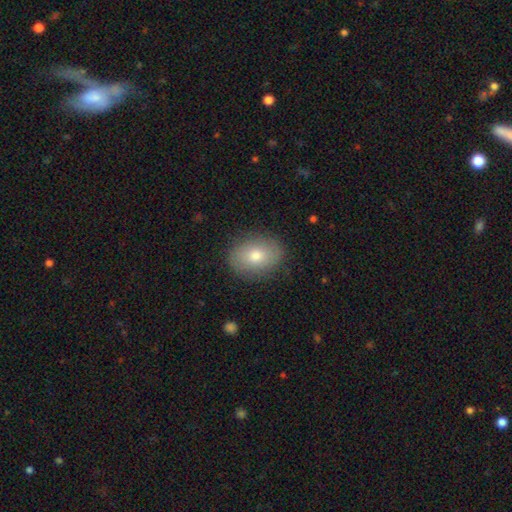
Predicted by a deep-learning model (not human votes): Q: Smooth or featured?
A: smooth (74%); runner-up: featured or disk (17%)
Q: How rounded?
A: in between (74%); runner-up: round (25%)
Q: Merging?
A: none (86%); runner-up: minor disturbance (10%)